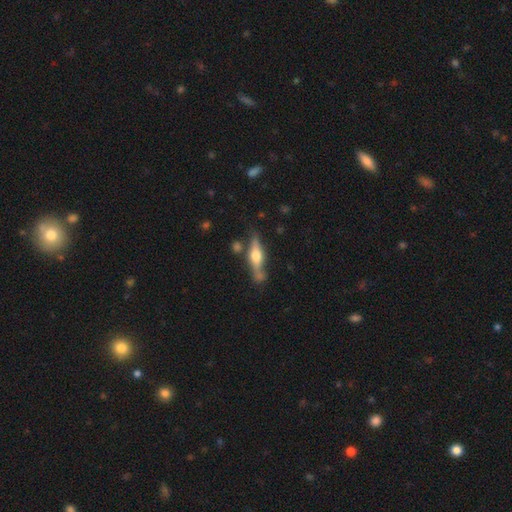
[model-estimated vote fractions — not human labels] This appears to be a featured or disk galaxy (65%) viewed edge-on (94%) with a rounded central bulge (93%). Merging: none (71%).